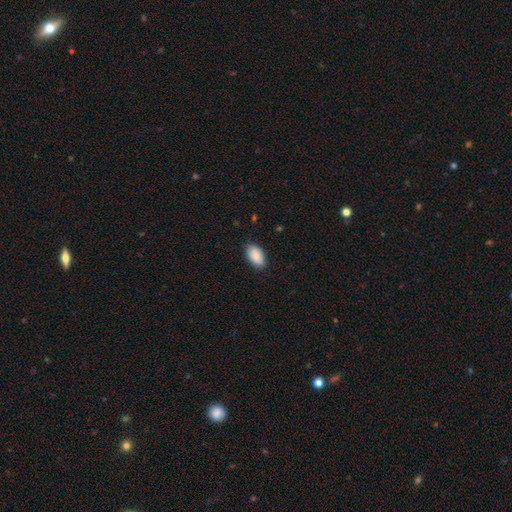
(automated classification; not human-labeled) The model was most divided on "merging": none: 85%, minor disturbance: 12%, major disturbance: 2%, merger: 1%. More confident: how rounded — in between (94%); smooth or featured — smooth (90%).